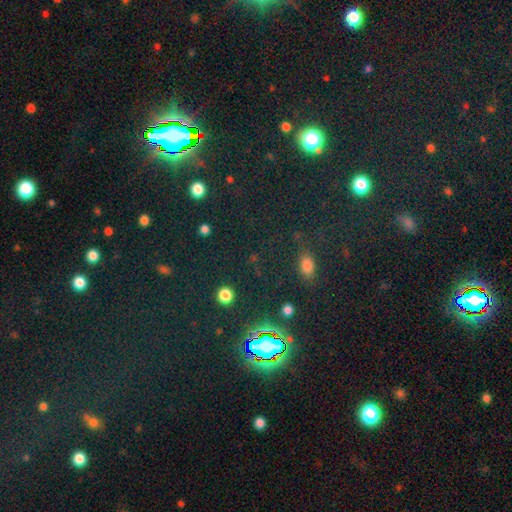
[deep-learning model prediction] This is likely a star or artifact rather than a galaxy (65%).